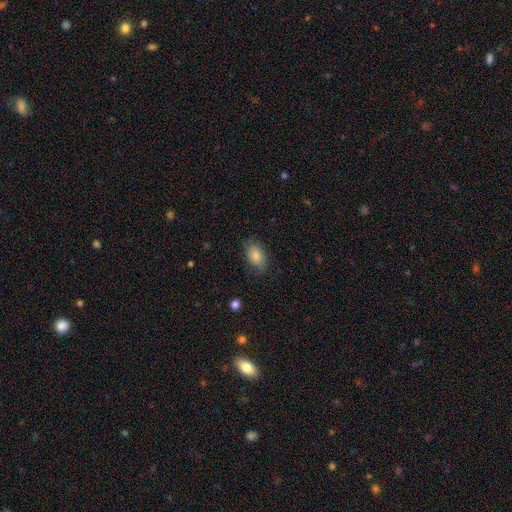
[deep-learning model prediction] smooth 77%, featured or disk 16%, star or artifact 7%. Down the decision tree: how rounded — in between (89%); merging — none (75%).